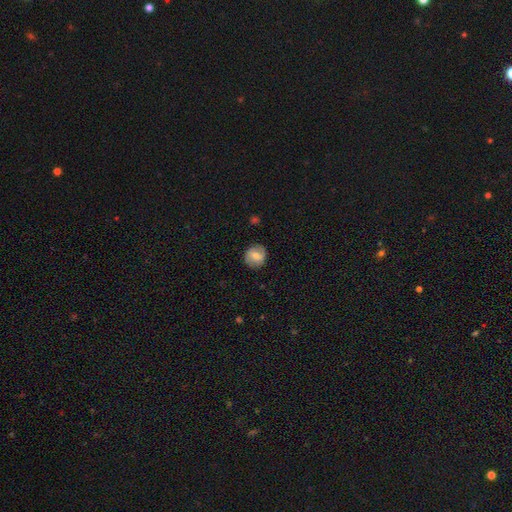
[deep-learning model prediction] Overall: smooth (60%; featured or disk 32%). How rounded: round (87%). Merging: none (85%).